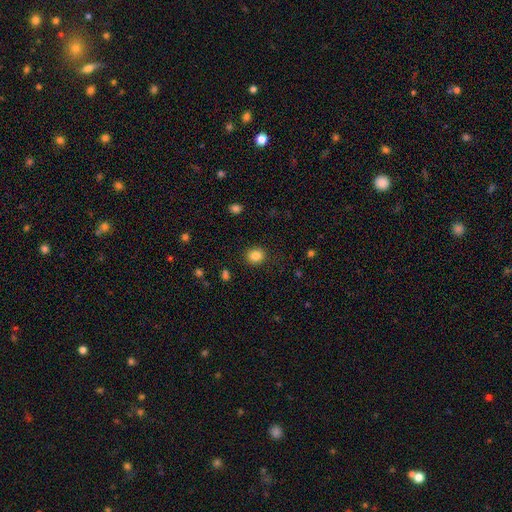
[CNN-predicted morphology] Overall: smooth (84%). How rounded: round (80%). Merging: none (89%).